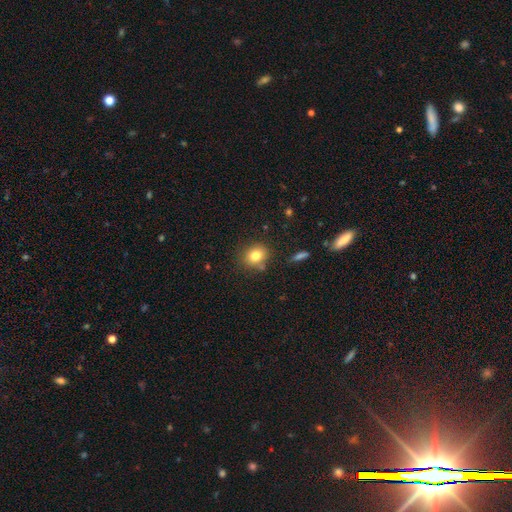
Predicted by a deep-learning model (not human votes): smooth-or-featured: smooth: 80% | star or artifact: 11% | featured or disk: 9%
  how-rounded: round: 69% | in between: 30% | cigar-shaped: 1%
  merging: none: 78% | minor disturbance: 13% | merger: 6% | major disturbance: 3%